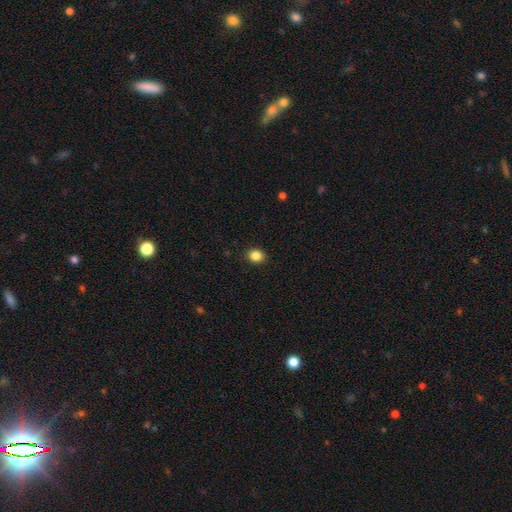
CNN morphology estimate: The model was most divided on "how rounded": round: 59%, in between: 40%, cigar-shaped: 1%. More confident: merging — none (89%); smooth or featured — smooth (85%).